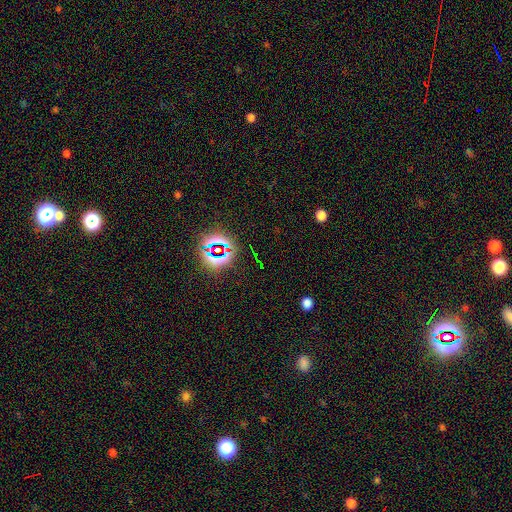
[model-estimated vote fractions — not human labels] A star or artifact, not a galaxy (76%).

Vote fractions:
- Smooth or featured? star or artifact: 76% / smooth: 15% / featured or disk: 8%